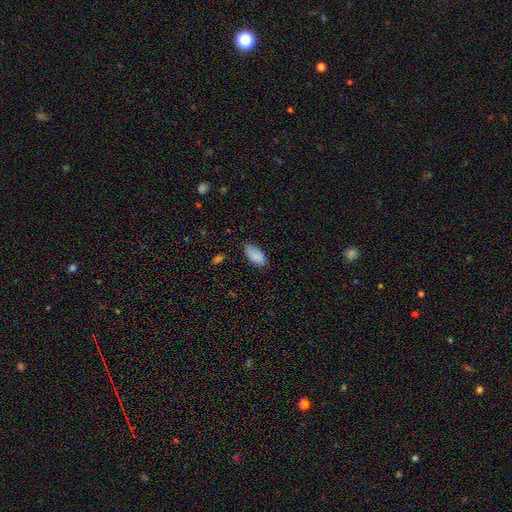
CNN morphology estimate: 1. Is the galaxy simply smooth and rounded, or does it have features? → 88% smooth, 7% star or artifact, 5% featured or disk.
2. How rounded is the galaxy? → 93% in between, 5% cigar-shaped, 2% round.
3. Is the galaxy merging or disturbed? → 72% none, 23% minor disturbance, 4% major disturbance, 1% merger.